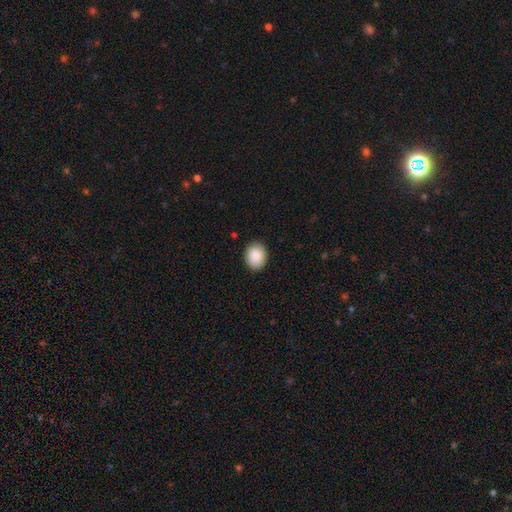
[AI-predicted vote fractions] Morphology: type=smooth (88%); roundness=in between (58%); merging=none (88%).